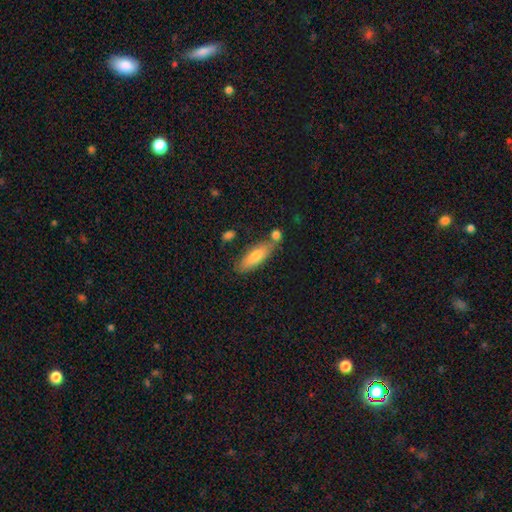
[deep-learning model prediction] smooth 73%, featured or disk 20%, star or artifact 6%. Down the decision tree: how rounded — in between (53%); merging — none (66%).